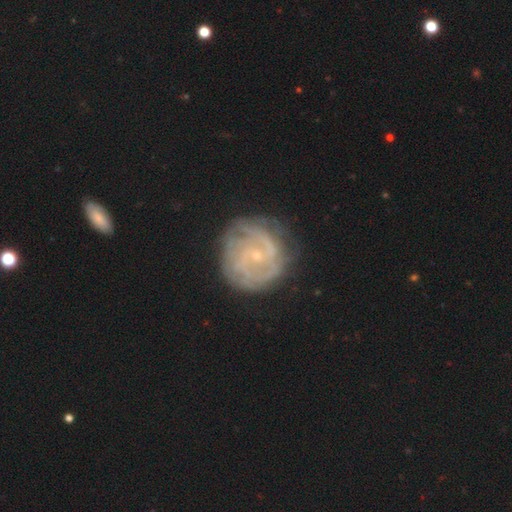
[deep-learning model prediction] A featured or disk galaxy (77%) with no bar (59%), tight (61%) spiral arms (87%) and a small central bulge (83%). Merging: none (74%).